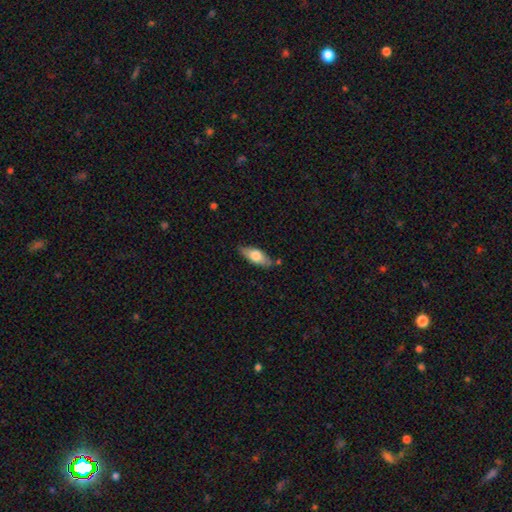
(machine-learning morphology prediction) The model was most divided on "smooth or featured": smooth: 68%, featured or disk: 26%, star or artifact: 6%. More confident: merging — none (77%); how rounded — in between (77%).